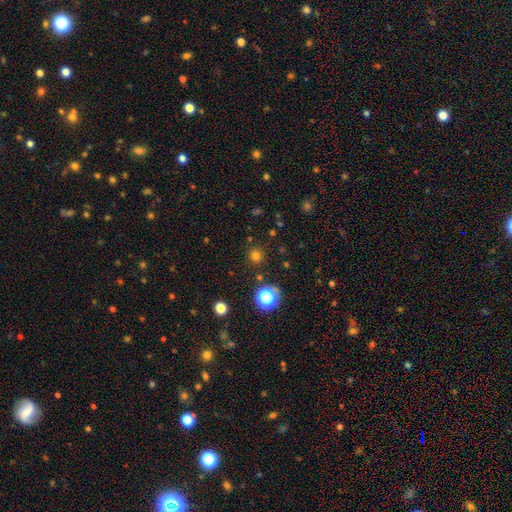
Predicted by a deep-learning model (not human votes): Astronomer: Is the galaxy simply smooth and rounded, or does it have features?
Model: smooth — 74%.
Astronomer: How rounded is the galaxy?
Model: round — 94%.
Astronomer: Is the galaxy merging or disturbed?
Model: none — 89%.